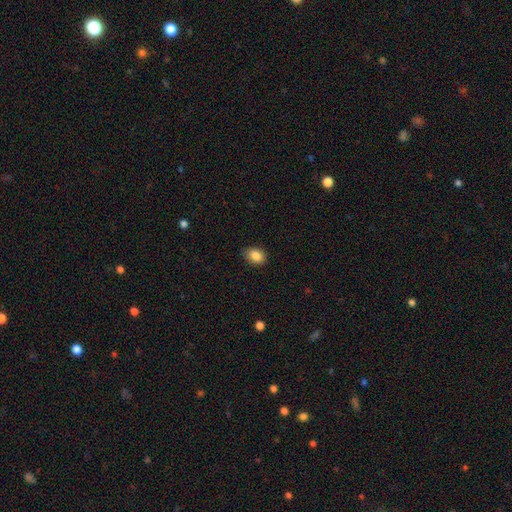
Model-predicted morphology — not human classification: A smooth galaxy with no disk features (87%) that is in between round and cigar-shaped (79%).

Vote fractions:
- Smooth or featured? smooth: 87% / star or artifact: 8% / featured or disk: 5%
- How rounded? in between: 79% / round: 19% / cigar-shaped: 1%
- Merging? none: 82% / minor disturbance: 14% / major disturbance: 3% / merger: 1%